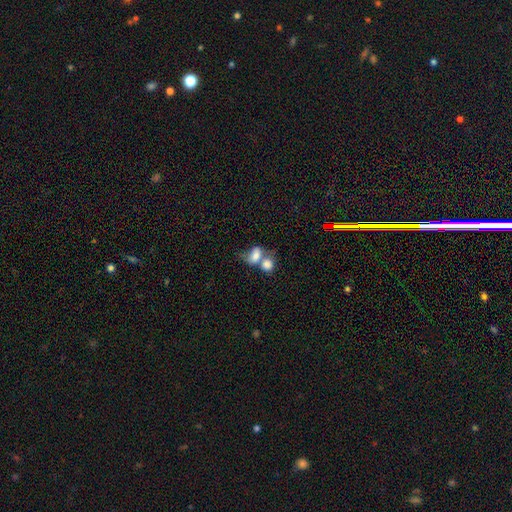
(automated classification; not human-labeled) Q: Smooth or featured?
A: smooth (74%); runner-up: featured or disk (17%)
Q: How rounded?
A: in between (70%); runner-up: round (28%)
Q: Merging?
A: merger (69%); runner-up: none (15%)